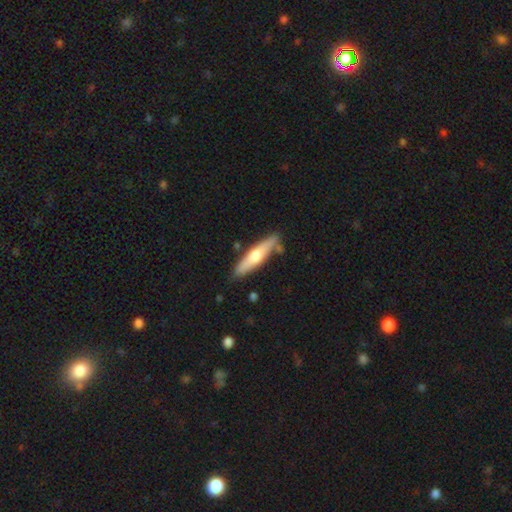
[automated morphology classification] smooth-or-featured: smooth: 50% | featured or disk: 45% | star or artifact: 5%
  merging: none: 81% | minor disturbance: 12% | merger: 5% | major disturbance: 2%